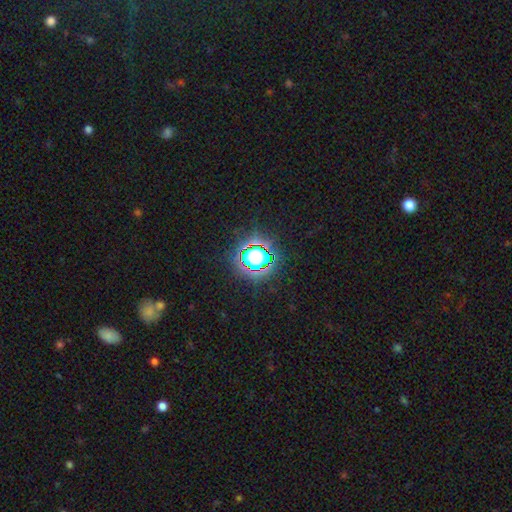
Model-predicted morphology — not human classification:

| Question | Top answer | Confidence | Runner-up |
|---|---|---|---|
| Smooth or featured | star or artifact | 78% | smooth (14%) |